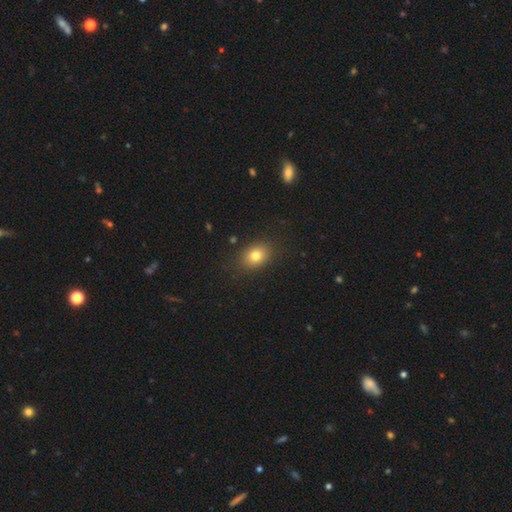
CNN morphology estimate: type=smooth (79%); roundness=in between (62%); merging=none (86%).